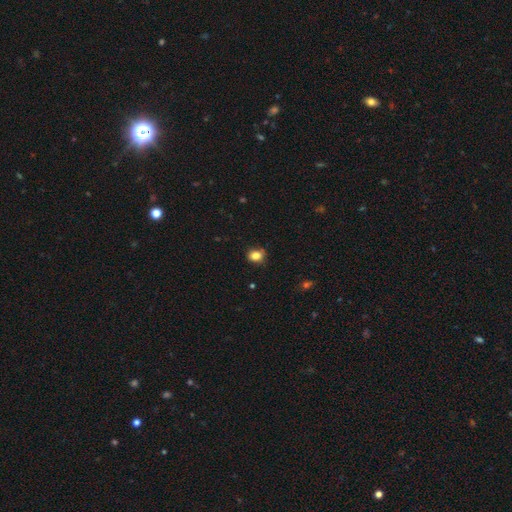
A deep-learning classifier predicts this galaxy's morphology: smooth 83%, star or artifact 11%, featured or disk 6%. Down the decision tree: how rounded — round (62%); merging — none (75%).